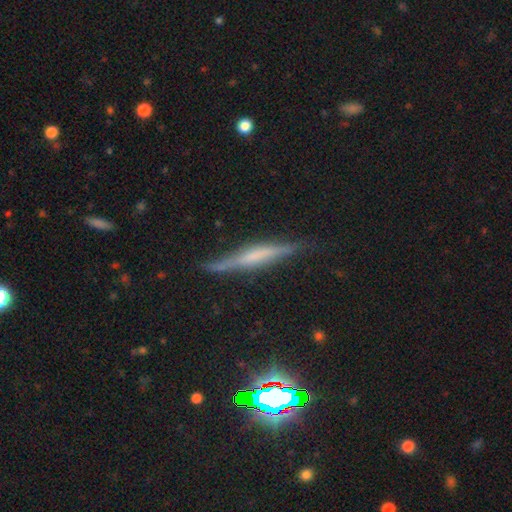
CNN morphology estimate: Smooth or featured? Predicted: featured or disk (p=0.61). Edge-on disk? Predicted: yes (p=0.95). Edge-on bulge? Predicted: boxy (p=0.36, tied with none). Merging? Predicted: none (p=0.79).